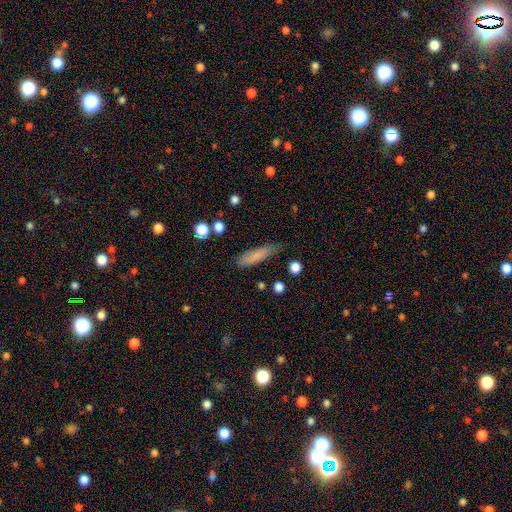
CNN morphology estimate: This appears to be a smooth galaxy with no disk features (79%) that is cigar-shaped (72%). Merging: none (72%).